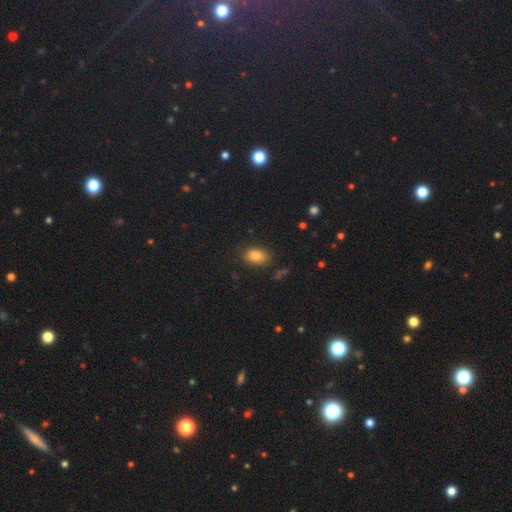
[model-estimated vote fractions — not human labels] This appears to be a smooth galaxy with no disk features (82%) that is in between round and cigar-shaped (84%). Merging: none (82%).